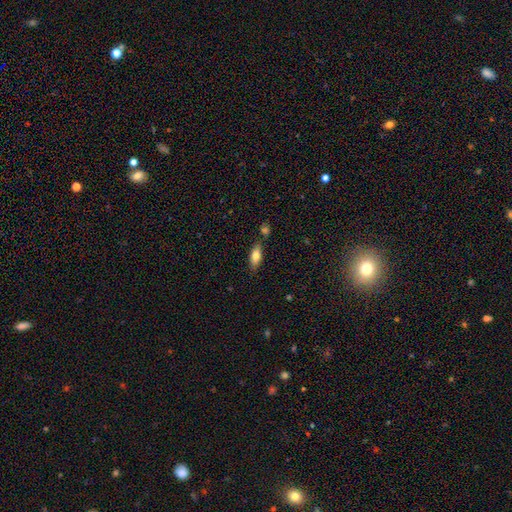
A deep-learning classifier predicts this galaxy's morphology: Smooth or featured?
  - smooth: 77% *
  - featured or disk: 16%
  - star or artifact: 7%
How rounded?
  - in between: 76% *
  - cigar-shaped: 21%
  - round: 3%
Merging?
  - none: 73% *
  - minor disturbance: 15%
  - merger: 9%
  - major disturbance: 3%